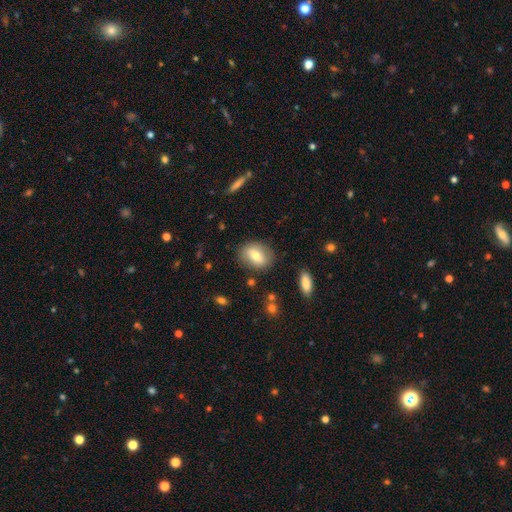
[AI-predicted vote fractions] Morphology: type=smooth (66%); roundness=in between (70%); merging=none (81%).